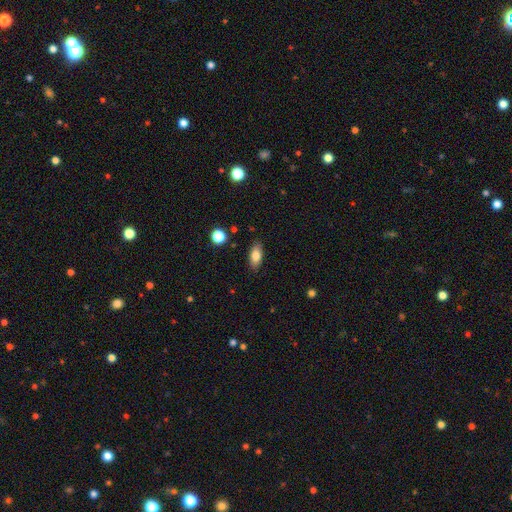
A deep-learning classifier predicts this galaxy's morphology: Overall: smooth (81%). How rounded: in between (86%). Merging: none (87%).